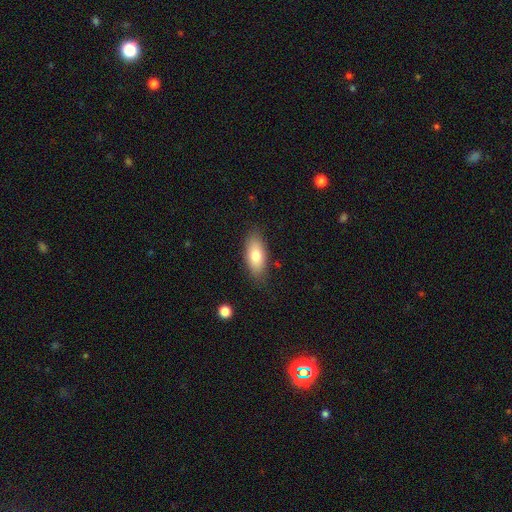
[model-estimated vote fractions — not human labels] Smooth or featured? smooth (77%)
How rounded? in between (84%)
Merging? none (82%)